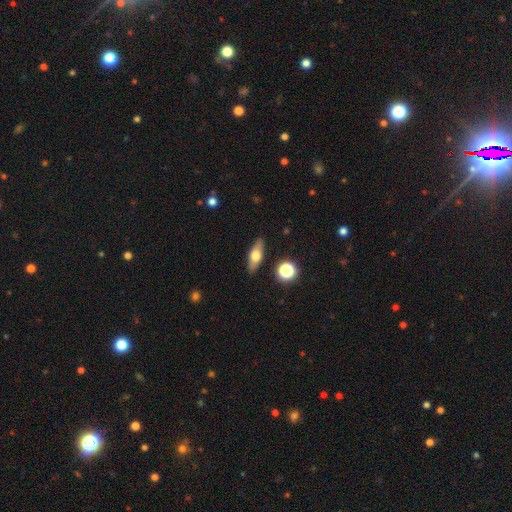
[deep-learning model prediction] Q: Smooth or featured?
A: smooth (59%); runner-up: featured or disk (33%)
Q: How rounded?
A: in between (60%); runner-up: cigar-shaped (33%)
Q: Merging?
A: none (87%); runner-up: minor disturbance (9%)